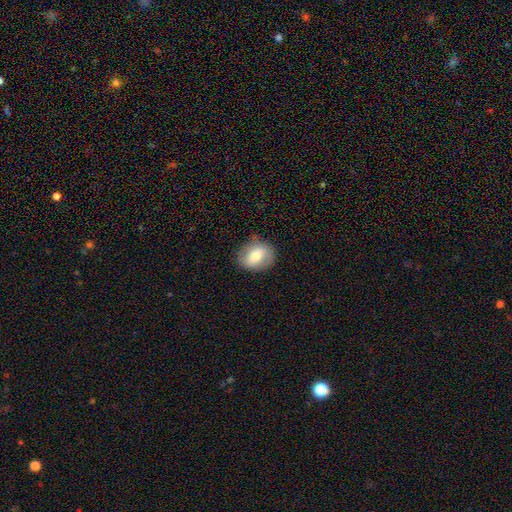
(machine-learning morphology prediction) Q: Smooth or featured?
A: smooth (65%); runner-up: featured or disk (27%)
Q: How rounded?
A: round (54%); runner-up: in between (45%)
Q: Merging?
A: none (79%); runner-up: minor disturbance (16%)